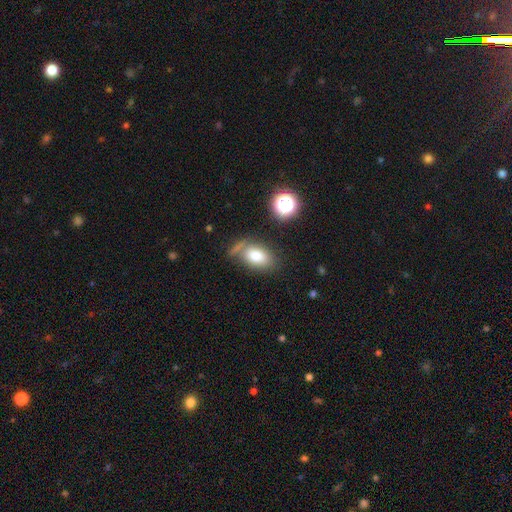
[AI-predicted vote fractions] A smooth galaxy with no disk features (77%) that is in between round and cigar-shaped (87%).

Vote fractions:
- Smooth or featured? smooth: 77% / featured or disk: 13% / star or artifact: 10%
- How rounded? in between: 87% / round: 10% / cigar-shaped: 2%
- Merging? none: 56% / minor disturbance: 20% / merger: 13% / major disturbance: 11%